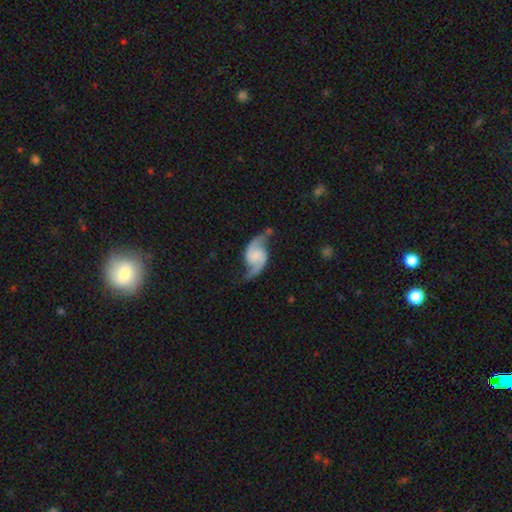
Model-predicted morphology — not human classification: smooth-or-featured: featured or disk: 90% | smooth: 6% | star or artifact: 5%
  disk-edge-on: no: 98% | yes: 2%
    bar: no: 53% | weak: 35% | strong: 12%
    has-spiral-arms: yes: 98% | no: 2%
      spiral-winding: loose: 65% | medium: 29% | tight: 7%
      spiral-arm-count: 2: 94% | can't tell: 1% | 1: 1% | 3: 1% | 4: 1% | more than 4: 1%
    bulge-size: none: 56% | small: 20% | moderate: 12% | large: 9% | dominant: 3%
  merging: none: 74% | minor disturbance: 16% | major disturbance: 7% | merger: 3%